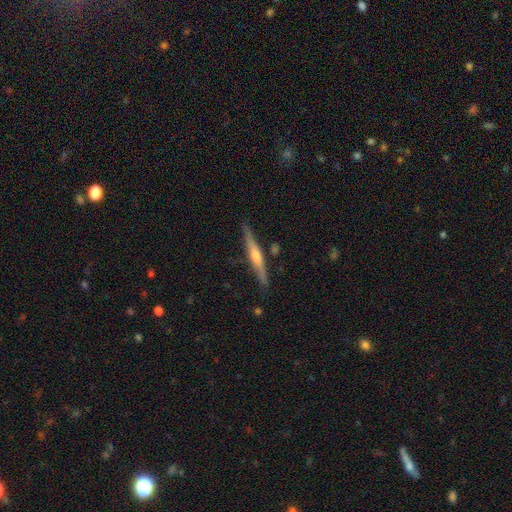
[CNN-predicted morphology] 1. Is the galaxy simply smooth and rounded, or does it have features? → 68% featured or disk, 27% smooth, 6% star or artifact.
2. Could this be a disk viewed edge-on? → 97% yes, 3% no.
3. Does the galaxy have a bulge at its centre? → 80% rounded, 13% none, 7% boxy.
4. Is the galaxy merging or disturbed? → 86% none, 10% minor disturbance, 2% merger, 2% major disturbance.